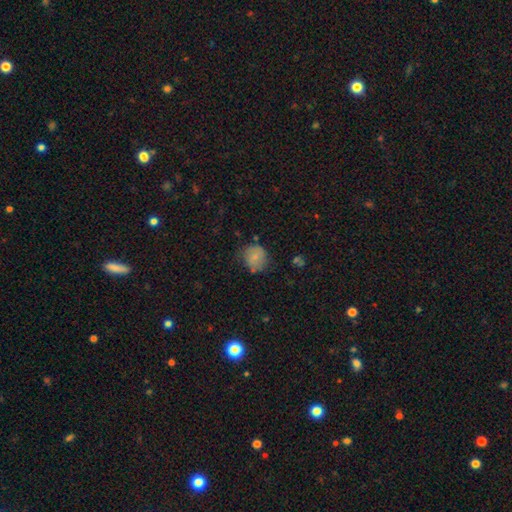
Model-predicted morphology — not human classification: This appears to be a smooth galaxy with no disk features (76%) that is round (82%). Merging: none (66%).